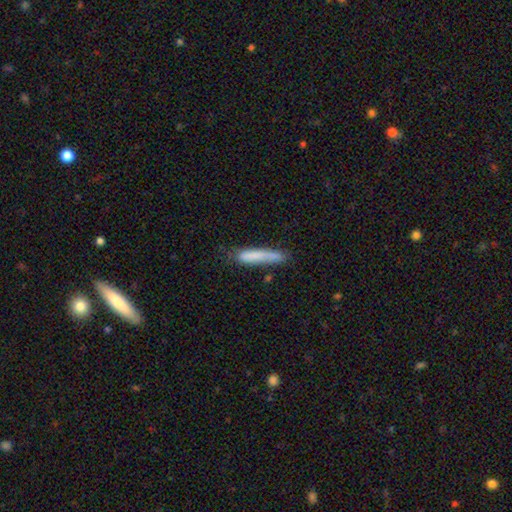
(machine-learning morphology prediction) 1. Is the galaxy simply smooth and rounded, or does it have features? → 77% smooth, 16% featured or disk, 7% star or artifact.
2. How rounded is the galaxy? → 91% cigar-shaped, 8% in between, 1% round.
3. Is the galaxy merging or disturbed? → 67% none, 24% minor disturbance, 6% major disturbance, 4% merger.